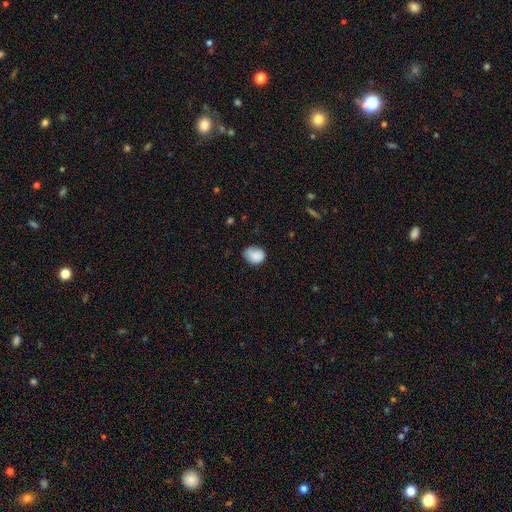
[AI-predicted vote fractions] Smooth or featured: smooth — 85% (star or artifact — 8%)
How rounded: in between — 51% (round — 49%)
Merging: none — 65% (minor disturbance — 28%)